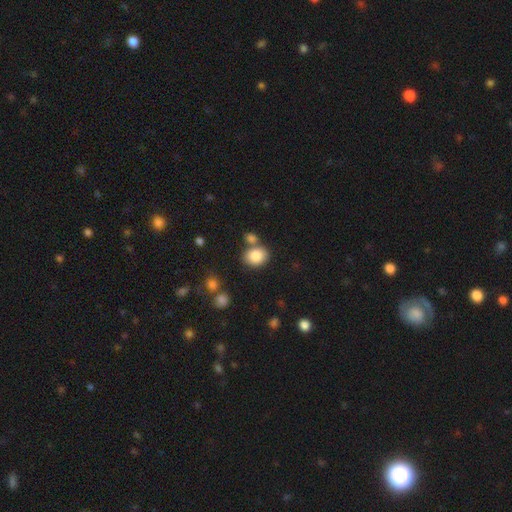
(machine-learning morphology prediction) Q: Smooth or featured?
A: smooth (84%); runner-up: star or artifact (9%)
Q: How rounded?
A: round (50%); tied with: in between (50%)
Q: Merging?
A: none (64%); runner-up: merger (21%)